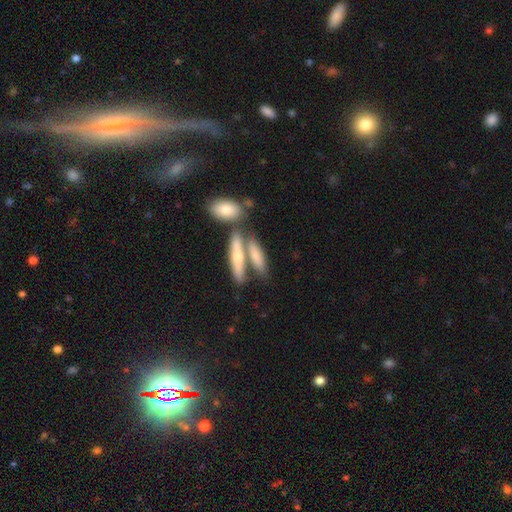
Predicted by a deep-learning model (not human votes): Smooth or featured? smooth (66%)
How rounded? cigar-shaped (59%)
Merging? none (46%)